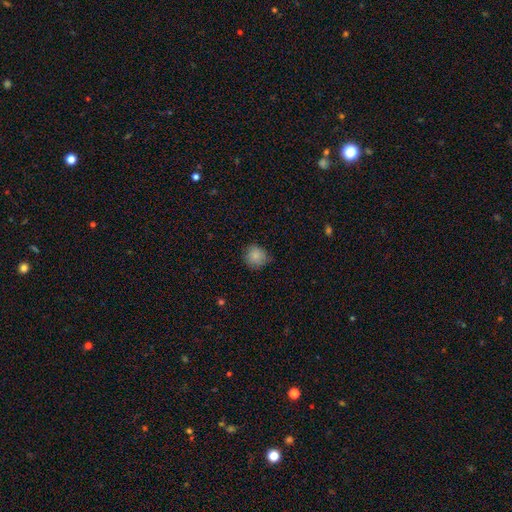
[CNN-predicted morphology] Q: Smooth or featured?
A: smooth (84%); runner-up: star or artifact (10%)
Q: How rounded?
A: round (87%); runner-up: in between (12%)
Q: Merging?
A: none (72%); runner-up: minor disturbance (23%)